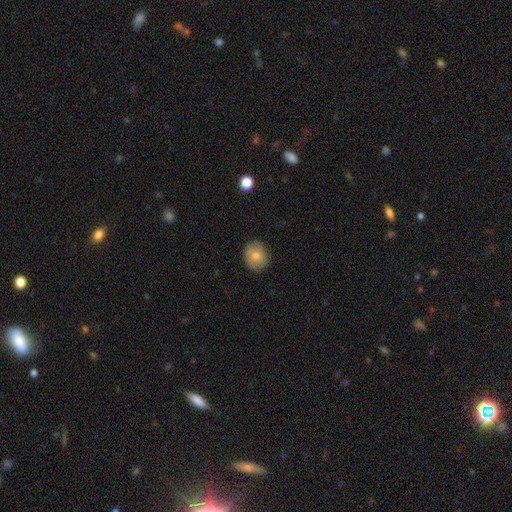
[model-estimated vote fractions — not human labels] A smooth galaxy with no disk features (77%) that is round (67%). Merging: none (85%).